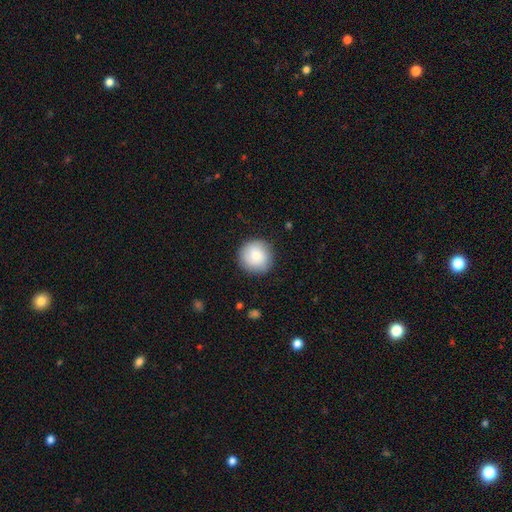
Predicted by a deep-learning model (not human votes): Morphology: type=smooth (81%); roundness=round (94%); merging=none (87%).